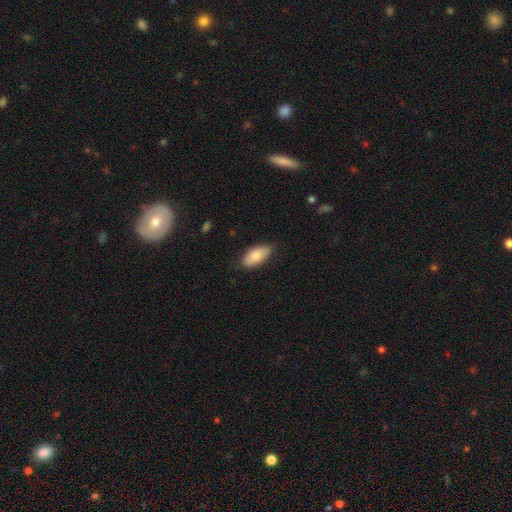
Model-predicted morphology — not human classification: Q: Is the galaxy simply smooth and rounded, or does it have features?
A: smooth — 80%.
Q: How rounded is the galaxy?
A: in between — 92%.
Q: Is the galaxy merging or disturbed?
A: none — 79%.